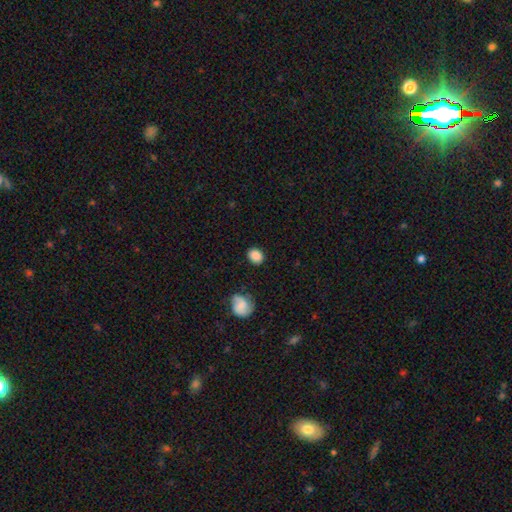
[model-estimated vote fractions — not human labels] smooth_or_featured: smooth (p=0.86) [alt: star or artifact p=0.08]
how_rounded: round (p=0.55) [alt: in between p=0.44]
merging: none (p=0.84) [alt: minor disturbance p=0.11]